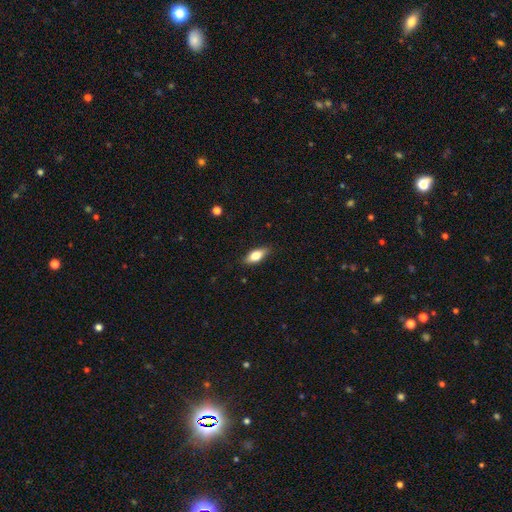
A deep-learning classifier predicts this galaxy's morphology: Smooth or featured: smooth — 71% (featured or disk — 22%)
How rounded: in between — 78% (cigar-shaped — 19%)
Merging: none — 85% (minor disturbance — 12%)